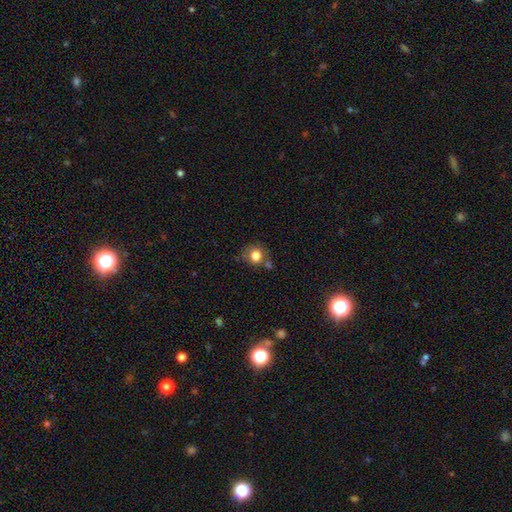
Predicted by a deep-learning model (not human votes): The model was most divided on "merging": none: 64%, minor disturbance: 18%, merger: 12%, major disturbance: 6%. More confident: how rounded — round (86%); smooth or featured — smooth (81%).